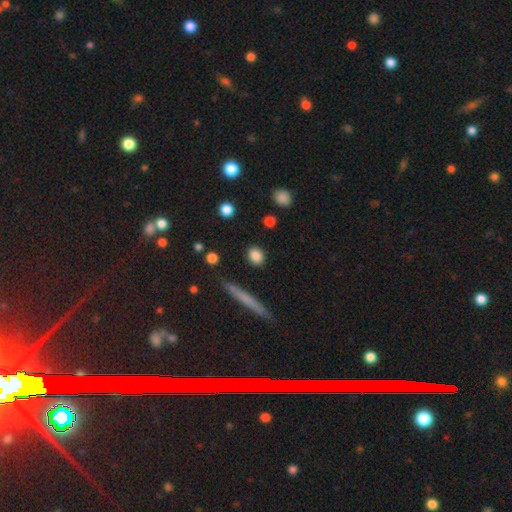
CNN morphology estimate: A smooth galaxy with no disk features (85%) that is round (64%).

Vote fractions:
- Smooth or featured? smooth: 85% / star or artifact: 8% / featured or disk: 7%
- How rounded? round: 64% / in between: 31% / cigar-shaped: 5%
- Merging? none: 88% / minor disturbance: 8% / major disturbance: 2% / merger: 2%